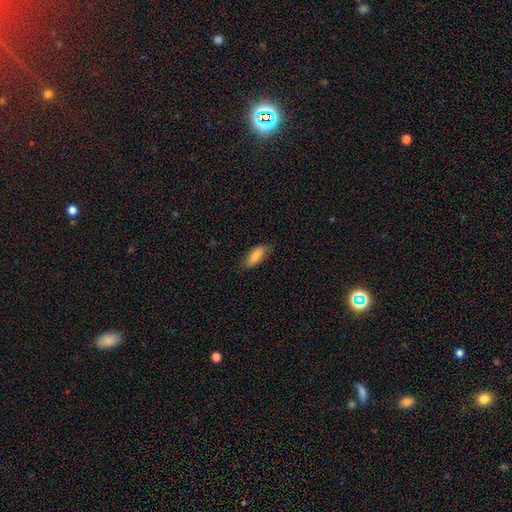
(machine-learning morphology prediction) Smooth or featured?
  - smooth: 80% *
  - featured or disk: 14%
  - star or artifact: 6%
How rounded?
  - in between: 74% *
  - cigar-shaped: 24%
  - round: 2%
Merging?
  - none: 75% *
  - minor disturbance: 19%
  - major disturbance: 4%
  - merger: 1%